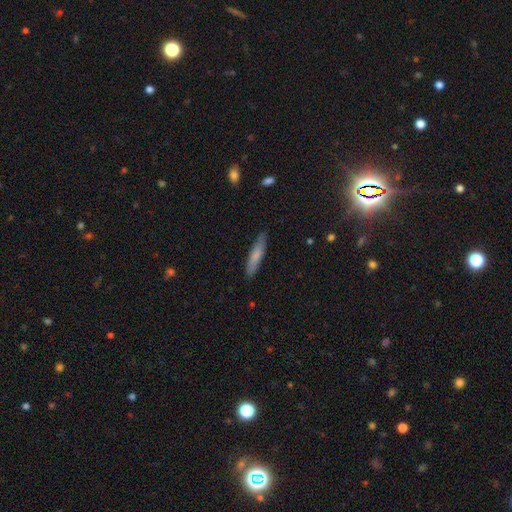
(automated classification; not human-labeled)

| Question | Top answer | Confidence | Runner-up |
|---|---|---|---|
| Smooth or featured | smooth | 73% | featured or disk (21%) |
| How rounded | cigar-shaped | 85% | in between (14%) |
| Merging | none | 87% | minor disturbance (10%) |